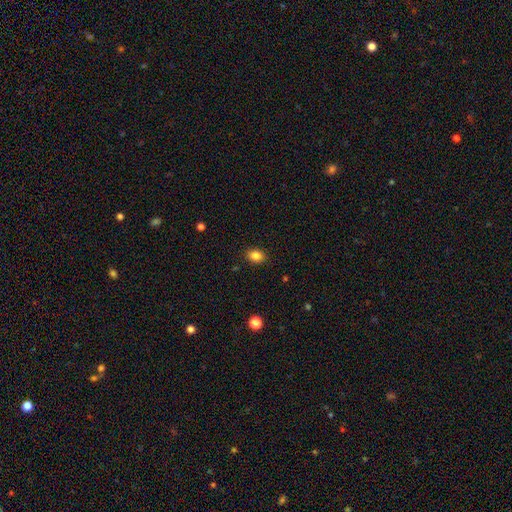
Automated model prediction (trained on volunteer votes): smooth 85%, star or artifact 10%, featured or disk 5%. Down the decision tree: how rounded — in between (56%); merging — none (89%).